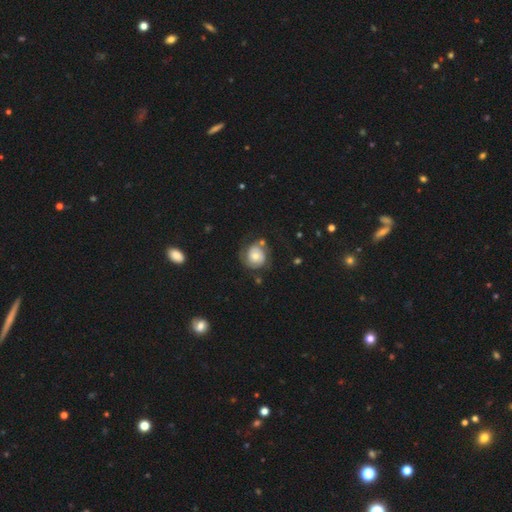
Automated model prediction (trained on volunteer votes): Q: Smooth or featured?
A: featured or disk (61%); runner-up: smooth (31%)
Q: Edge-on disk?
A: no (98%); runner-up: yes (2%)
Q: Bar?
A: no (75%); runner-up: weak (20%)
Q: Spiral arms?
A: yes (82%); runner-up: no (18%)
Q: Bulge size?
A: moderate (55%); runner-up: small (35%)
Q: Merging?
A: none (62%); runner-up: minor disturbance (20%)